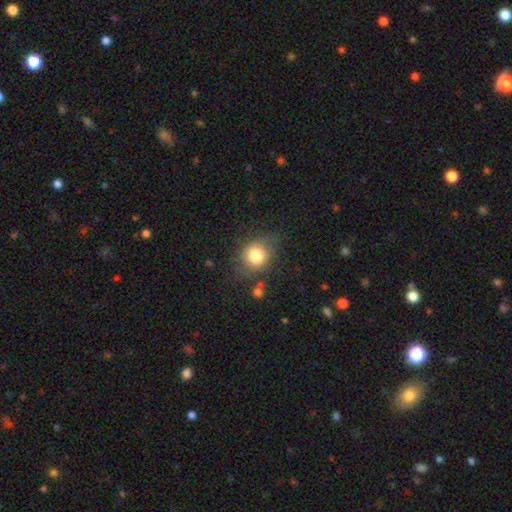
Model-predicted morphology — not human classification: The model was most divided on "how rounded": round: 68%, in between: 31%, cigar-shaped: 1%. More confident: smooth or featured — smooth (78%); merging — none (71%).